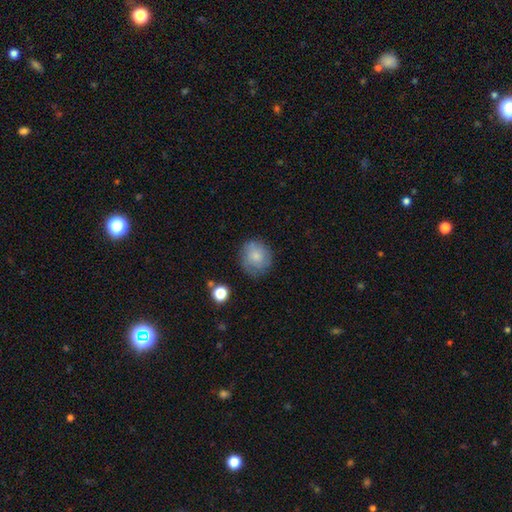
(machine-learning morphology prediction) The model was most divided on "merging": none: 73%, minor disturbance: 19%, major disturbance: 6%, merger: 2%. More confident: how rounded — round (83%); smooth or featured — smooth (75%).